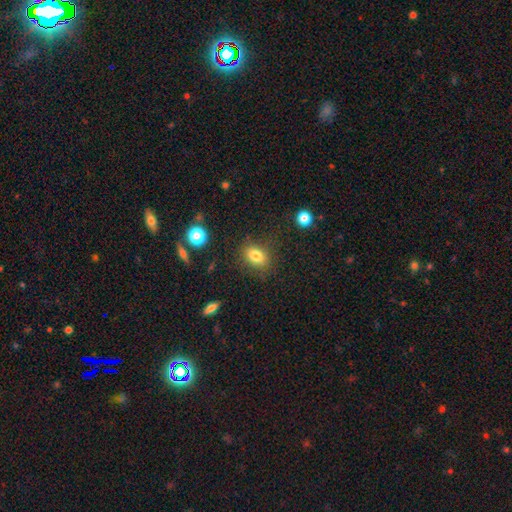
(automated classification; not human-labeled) Morphology: type=smooth (81%); roundness=in between (73%); merging=none (82%).